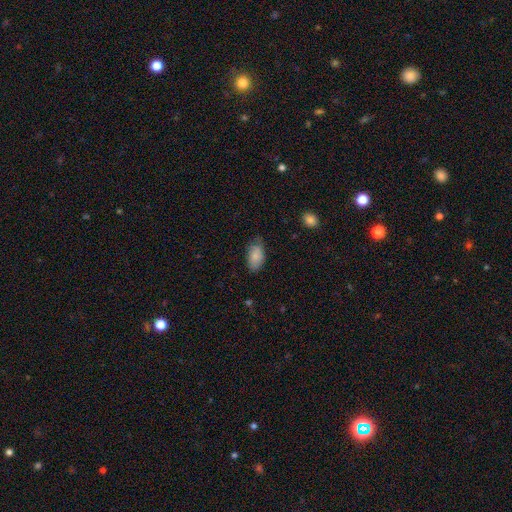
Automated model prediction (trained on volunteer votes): Q: Smooth or featured?
A: smooth (84%); runner-up: featured or disk (9%)
Q: How rounded?
A: in between (93%); runner-up: round (4%)
Q: Merging?
A: none (69%); runner-up: minor disturbance (25%)